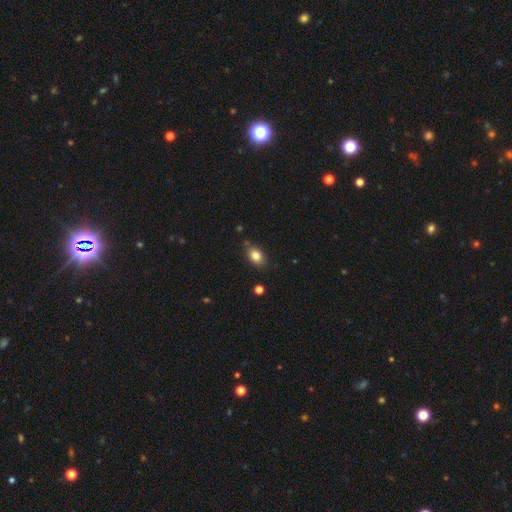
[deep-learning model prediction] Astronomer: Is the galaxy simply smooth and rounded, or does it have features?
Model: smooth — 83%.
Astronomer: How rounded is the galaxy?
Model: in between — 79%.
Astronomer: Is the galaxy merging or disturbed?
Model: none — 80%.